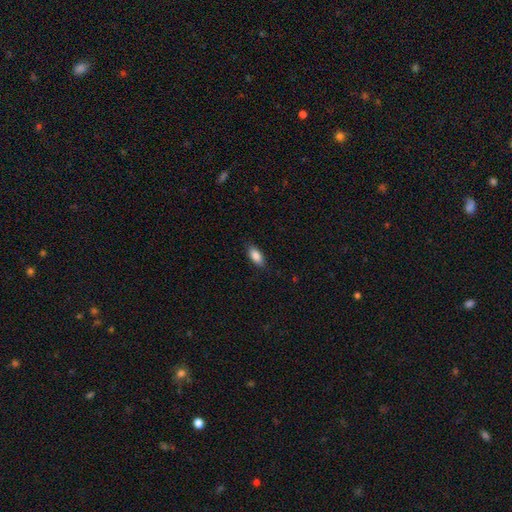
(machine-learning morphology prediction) This appears to be a smooth galaxy with no disk features (87%) that is in between round and cigar-shaped (88%). Merging: none (85%).